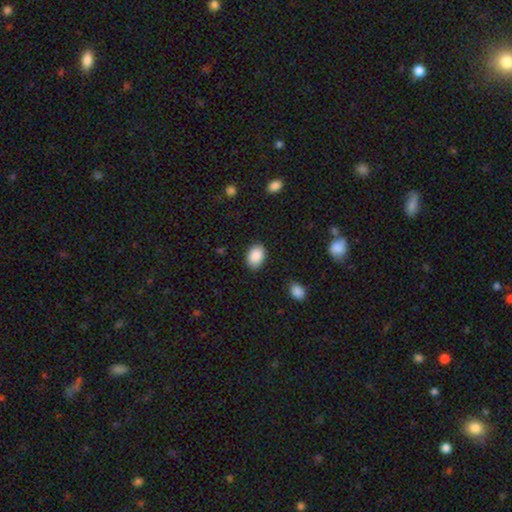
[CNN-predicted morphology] A smooth galaxy with no disk features (90%) that is in between round and cigar-shaped (81%). Merging: none (87%).